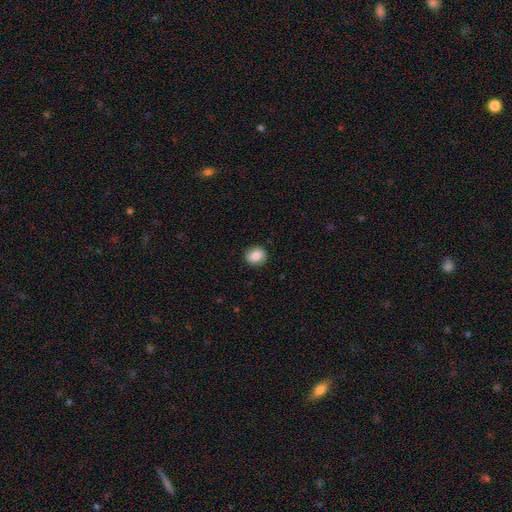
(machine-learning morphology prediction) Smooth or featured?
  - smooth: 85% *
  - star or artifact: 8%
  - featured or disk: 7%
How rounded?
  - round: 70% *
  - in between: 29%
  - cigar-shaped: 1%
Merging?
  - none: 88% *
  - minor disturbance: 9%
  - major disturbance: 2%
  - merger: 1%